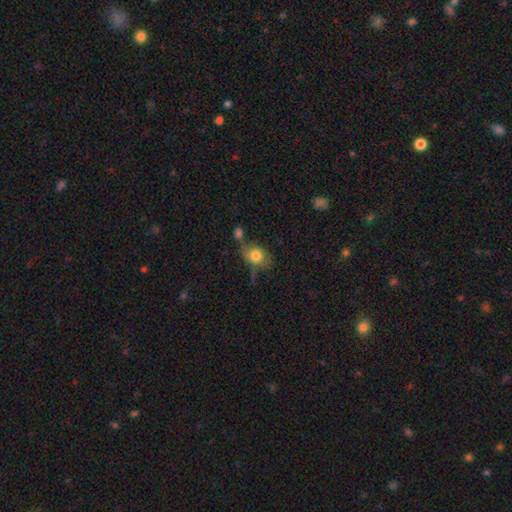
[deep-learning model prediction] smooth 76%, featured or disk 15%, star or artifact 9%. Down the decision tree: how rounded — in between (55%); merging — none (46%).